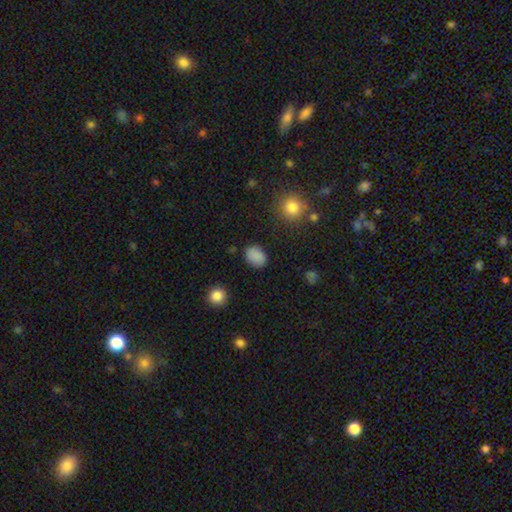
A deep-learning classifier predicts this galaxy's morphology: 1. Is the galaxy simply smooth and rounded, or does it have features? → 87% smooth, 9% star or artifact, 4% featured or disk.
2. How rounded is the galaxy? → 68% in between, 31% round, 1% cigar-shaped.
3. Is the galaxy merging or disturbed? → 84% none, 12% minor disturbance, 3% major disturbance, 2% merger.